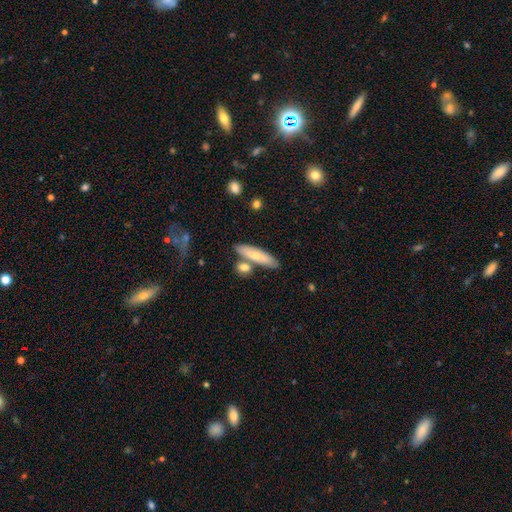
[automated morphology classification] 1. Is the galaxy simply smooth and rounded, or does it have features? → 68% smooth, 26% featured or disk, 6% star or artifact.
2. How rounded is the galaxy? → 72% cigar-shaped, 26% in between, 2% round.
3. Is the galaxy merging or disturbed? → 70% none, 16% merger, 11% minor disturbance, 3% major disturbance.